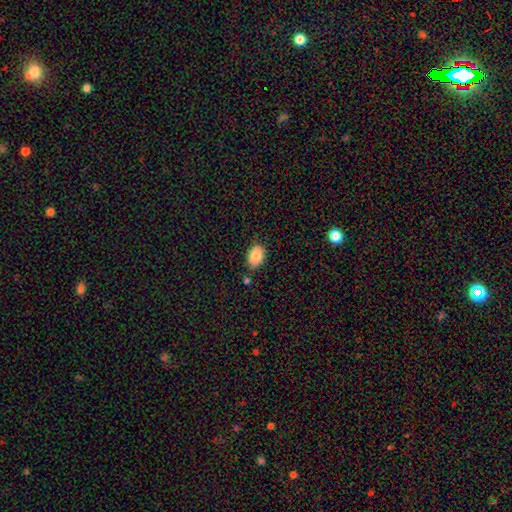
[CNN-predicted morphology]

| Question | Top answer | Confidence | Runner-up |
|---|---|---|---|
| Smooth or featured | smooth | 86% | star or artifact (8%) |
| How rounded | in between | 84% | round (15%) |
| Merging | none | 80% | minor disturbance (14%) |